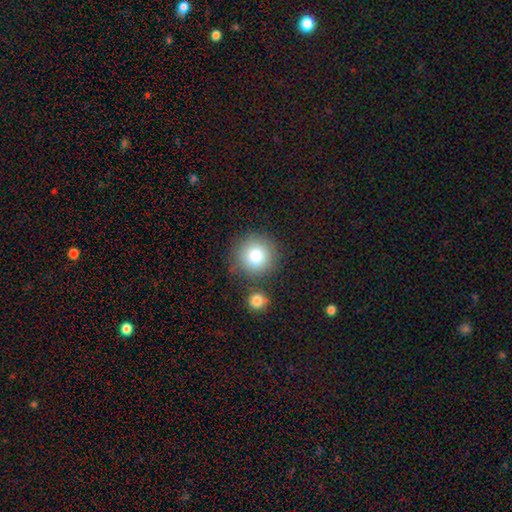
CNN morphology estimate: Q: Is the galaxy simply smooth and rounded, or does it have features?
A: smooth — 81%.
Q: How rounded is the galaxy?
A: round — 93%.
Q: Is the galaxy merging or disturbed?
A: none — 75%.